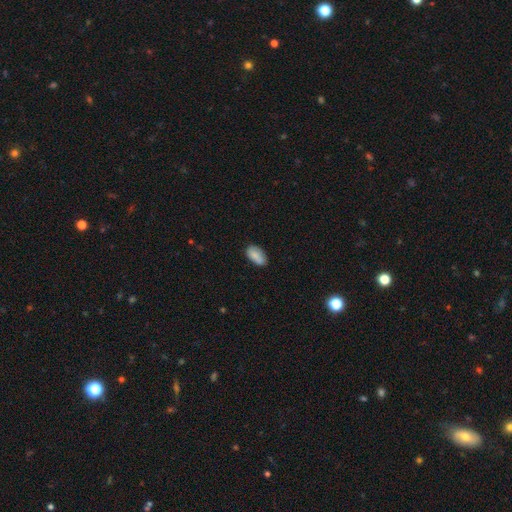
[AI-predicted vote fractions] smooth 84%, featured or disk 9%, star or artifact 7%. Down the decision tree: how rounded — in between (93%); merging — none (73%).